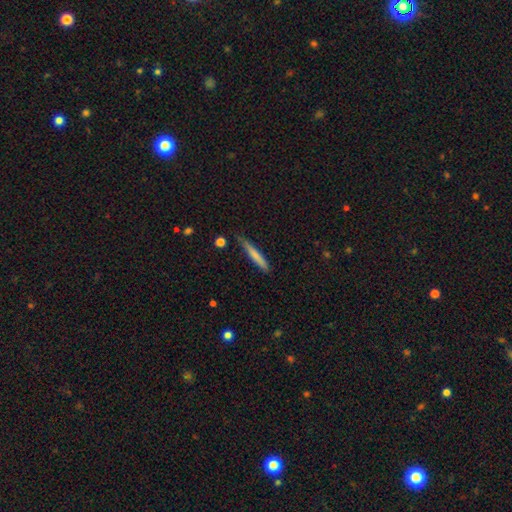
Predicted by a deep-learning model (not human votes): A smooth galaxy with no disk features (71%) that is cigar-shaped (95%). Merging: none (73%).